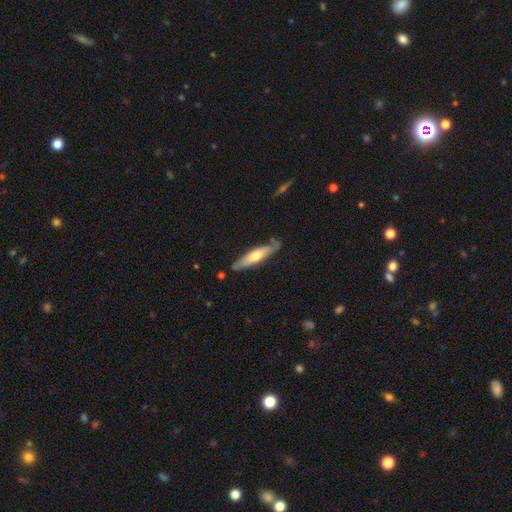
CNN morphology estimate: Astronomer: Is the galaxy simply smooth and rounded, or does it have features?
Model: smooth — 49% (runner-up: featured or disk, 46%).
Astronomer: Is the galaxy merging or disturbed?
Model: none — 74%.